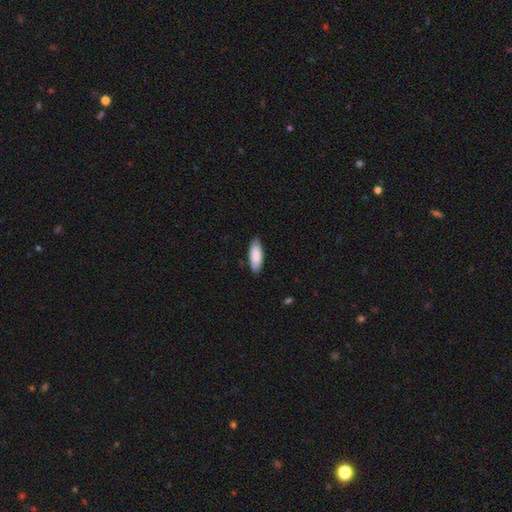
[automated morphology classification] The model was most divided on "how rounded": in between: 74%, cigar-shaped: 25%, round: 1%. More confident: smooth or featured — smooth (88%); merging — none (84%).